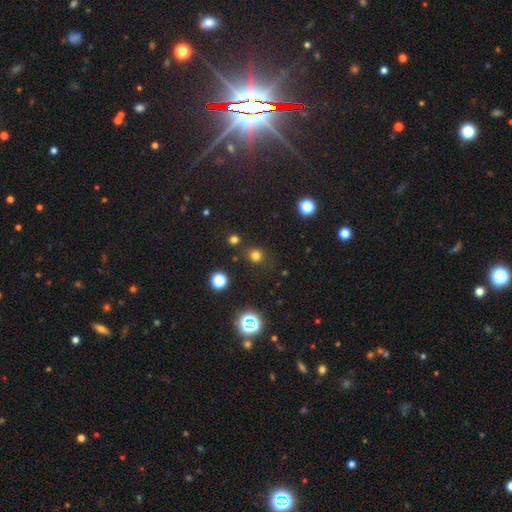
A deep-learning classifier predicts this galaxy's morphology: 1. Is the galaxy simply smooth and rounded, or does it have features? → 72% smooth, 23% star or artifact, 5% featured or disk.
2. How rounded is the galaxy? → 88% round, 11% in between, 1% cigar-shaped.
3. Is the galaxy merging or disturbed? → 83% none, 10% minor disturbance, 4% major disturbance, 4% merger.